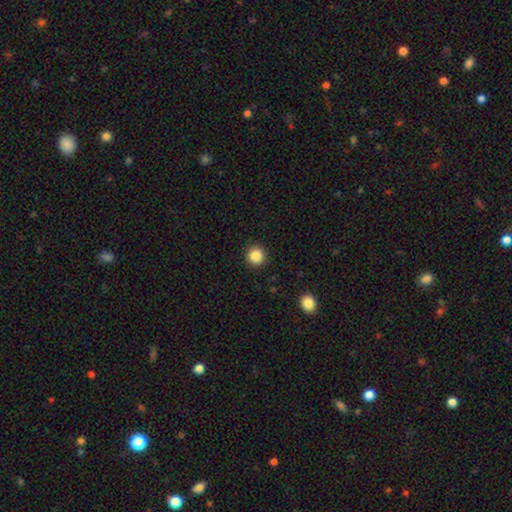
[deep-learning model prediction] Smooth or featured: smooth — 87% (star or artifact — 10%)
How rounded: round — 95% (in between — 4%)
Merging: none — 92% (minor disturbance — 5%)